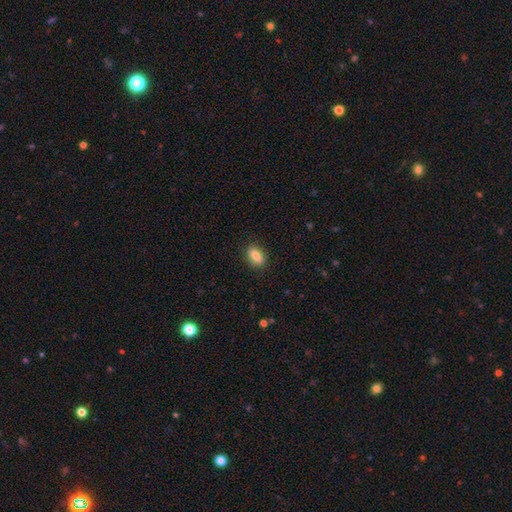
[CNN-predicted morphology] Smooth or featured: smooth — 83% (featured or disk — 9%)
How rounded: in between — 84% (round — 10%)
Merging: none — 87% (minor disturbance — 10%)